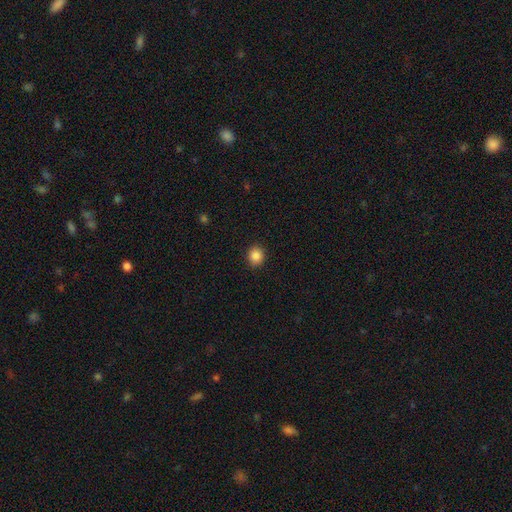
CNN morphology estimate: smooth-or-featured: smooth: 87% | star or artifact: 10% | featured or disk: 3%
  how-rounded: round: 83% | in between: 17% | cigar-shaped: 1%
  merging: none: 91% | minor disturbance: 6% | major disturbance: 2% | merger: 1%